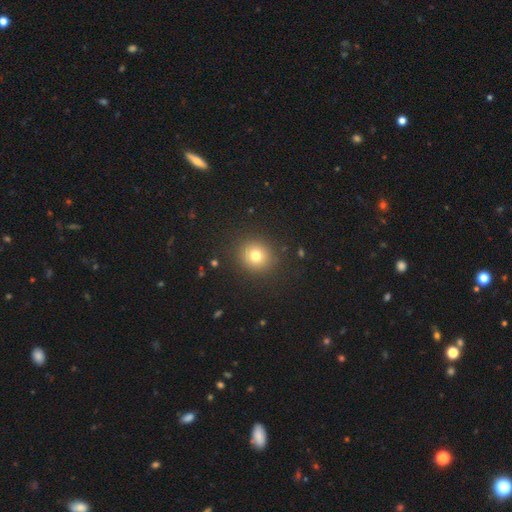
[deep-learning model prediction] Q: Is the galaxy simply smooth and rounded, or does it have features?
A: smooth — 76%.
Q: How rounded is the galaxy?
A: round — 88%.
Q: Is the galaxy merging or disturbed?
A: none — 89%.